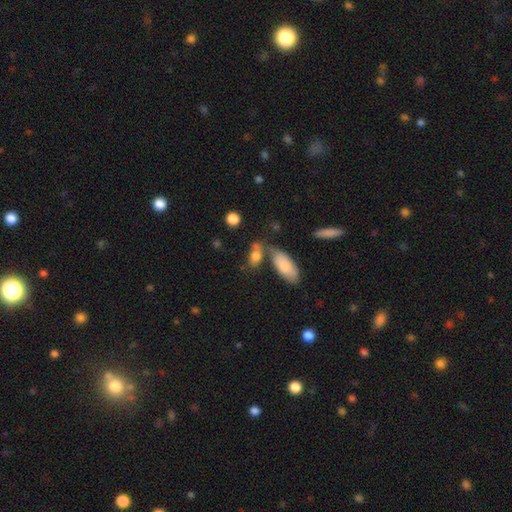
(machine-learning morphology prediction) The model was most divided on "merging": none: 48%, merger: 28%, minor disturbance: 17%, major disturbance: 8%. More confident: smooth or featured — smooth (79%); how rounded — in between (77%).